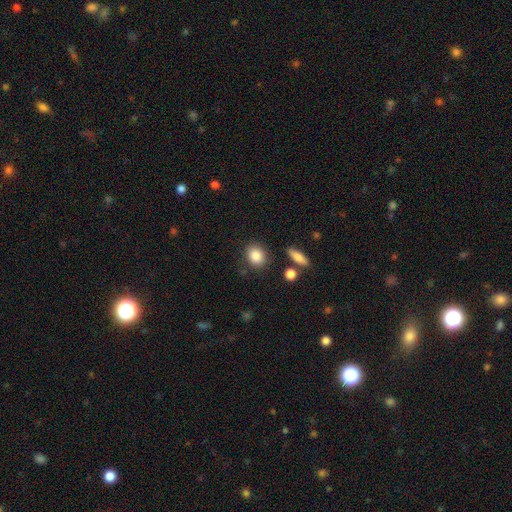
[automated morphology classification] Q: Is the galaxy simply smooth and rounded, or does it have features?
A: smooth — 87%.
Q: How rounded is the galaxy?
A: round — 57%.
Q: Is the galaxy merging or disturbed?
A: none — 82%.